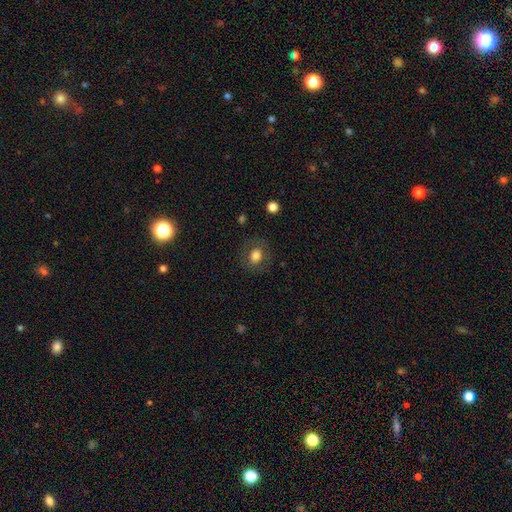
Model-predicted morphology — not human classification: Smooth or featured: smooth — 74% (featured or disk — 17%)
How rounded: round — 63% (in between — 36%)
Merging: none — 82% (minor disturbance — 11%)